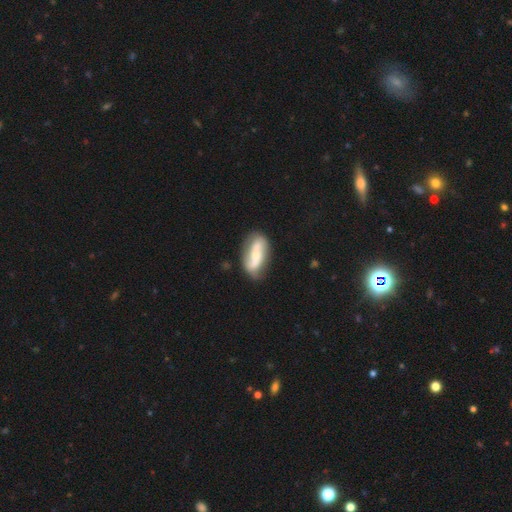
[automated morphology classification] Smooth or featured?
  - featured or disk: 60% *
  - smooth: 34%
  - star or artifact: 6%
Edge-on disk?
  - no: 91% *
  - yes: 9%
Bar?
  - no: 48% *
  - weak: 29%
  - strong: 23%
Spiral arms?
  - yes: 78% *
  - no: 22%
Bulge size?
  - moderate: 43% * (tied)
  - small: 43% * (tied)
  - large: 7%
  - none: 5%
  - dominant: 2%
Merging?
  - none: 66% *
  - minor disturbance: 21%
  - major disturbance: 8%
  - merger: 5%